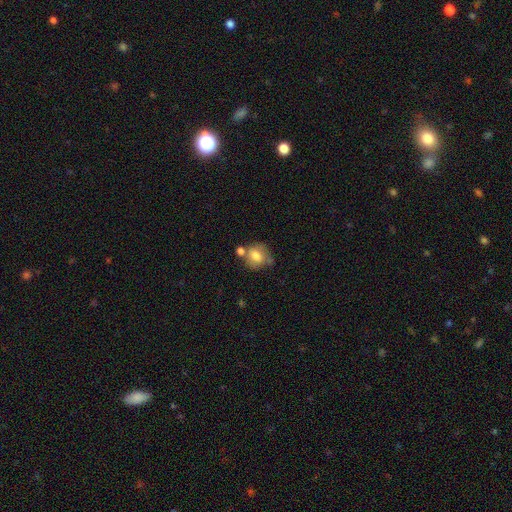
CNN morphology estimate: The model was most divided on "merging": none: 46%, merger: 25%, minor disturbance: 21%, major disturbance: 8%. More confident: smooth or featured — smooth (72%); how rounded — round (62%).